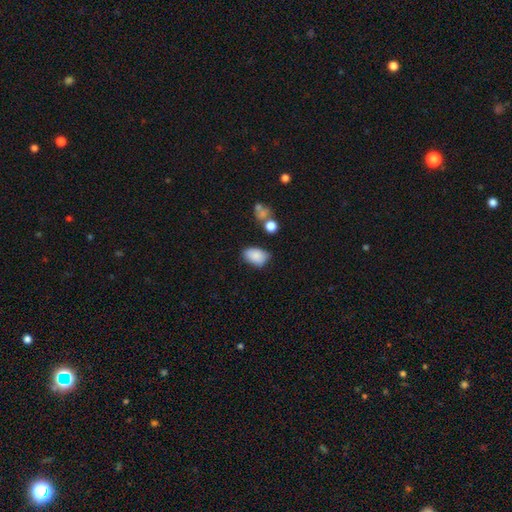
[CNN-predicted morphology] A smooth galaxy with no disk features (85%) that is in between round and cigar-shaped (86%). Merging: none (65%).